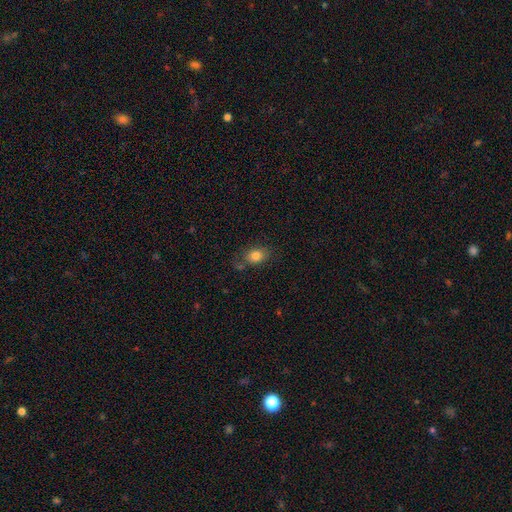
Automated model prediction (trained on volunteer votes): Overall: smooth (81%). How rounded: in between (65%; round 34%). Merging: none (66%).